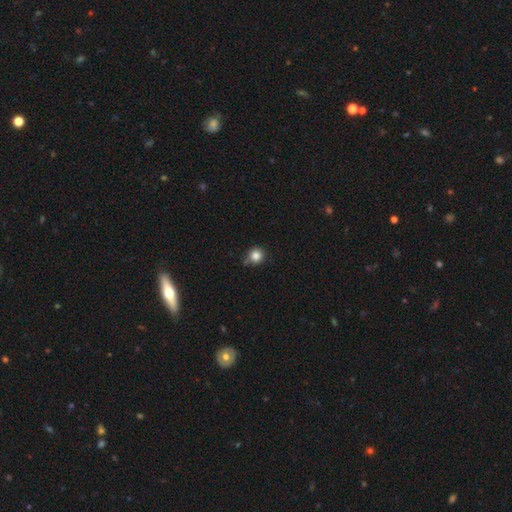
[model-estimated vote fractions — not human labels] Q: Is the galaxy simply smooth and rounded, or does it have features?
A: smooth — 84%.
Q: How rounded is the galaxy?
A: round — 92%.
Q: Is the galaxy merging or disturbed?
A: none — 77%.